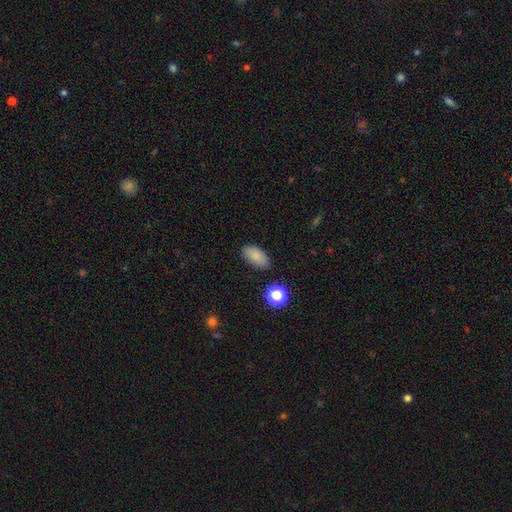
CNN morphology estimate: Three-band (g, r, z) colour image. It shows a smooth galaxy with no disk features (85%) that is in between round and cigar-shaped (92%). Merging: none (85%).